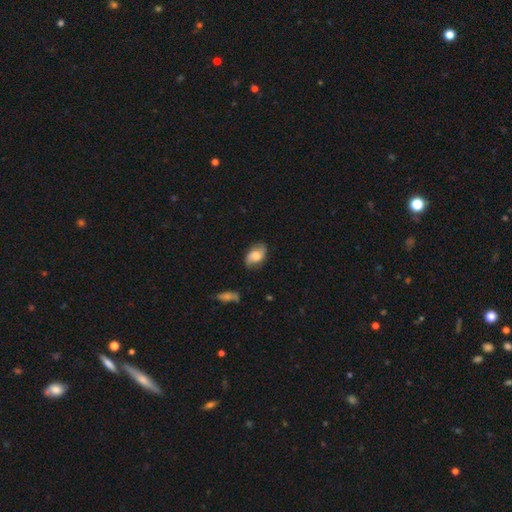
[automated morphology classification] A smooth galaxy with no disk features (58%) that is in between round and cigar-shaped (87%). Merging: none (73%).